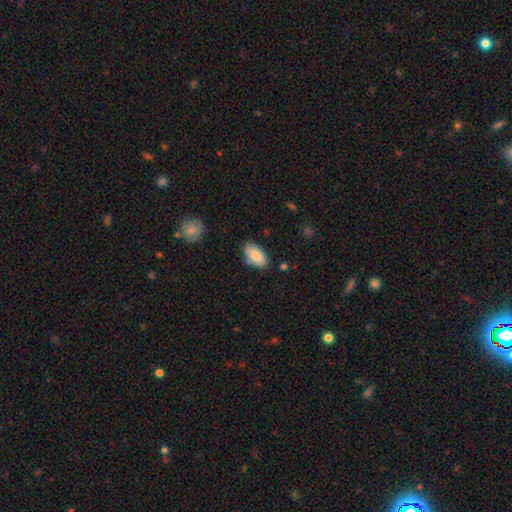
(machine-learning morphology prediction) smooth-or-featured: smooth: 86% | featured or disk: 8% | star or artifact: 6%
  how-rounded: in between: 94% | round: 3% | cigar-shaped: 3%
  merging: none: 77% | minor disturbance: 17% | major disturbance: 3% | merger: 3%